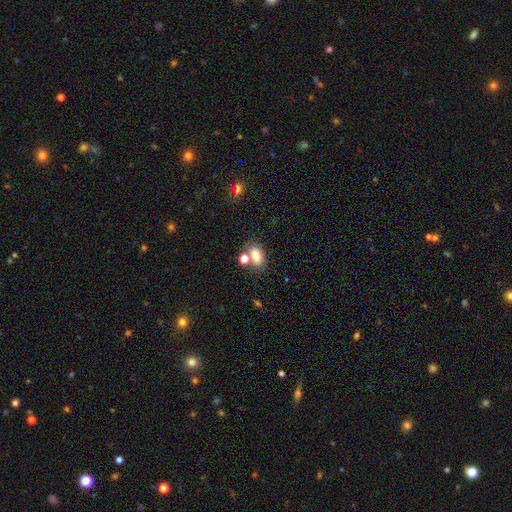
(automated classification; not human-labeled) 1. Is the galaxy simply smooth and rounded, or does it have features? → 78% smooth, 11% star or artifact, 11% featured or disk.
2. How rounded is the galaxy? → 83% in between, 14% round, 3% cigar-shaped.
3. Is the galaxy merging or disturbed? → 55% none, 27% merger, 13% minor disturbance, 5% major disturbance.